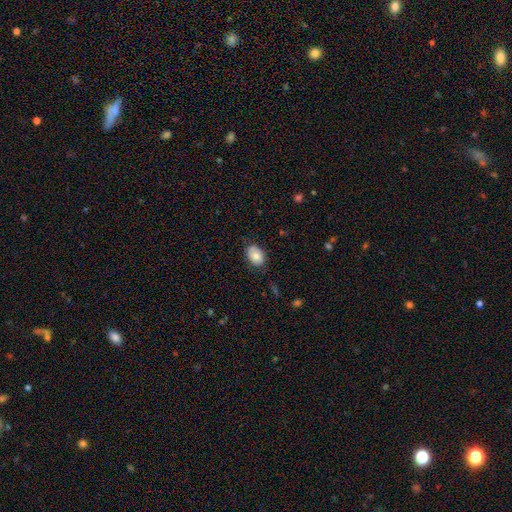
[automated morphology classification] The model was most divided on "merging": none: 75%, minor disturbance: 20%, major disturbance: 4%, merger: 1%. More confident: how rounded — in between (82%); smooth or featured — smooth (78%).